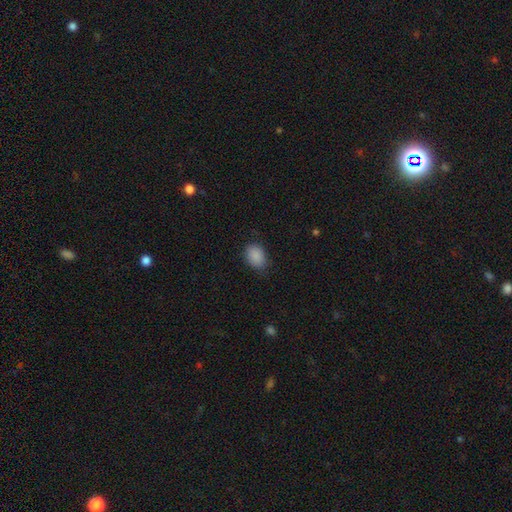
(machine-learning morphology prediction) Q: Smooth or featured?
A: smooth (88%); runner-up: star or artifact (8%)
Q: How rounded?
A: in between (73%); runner-up: round (26%)
Q: Merging?
A: none (79%); runner-up: minor disturbance (16%)